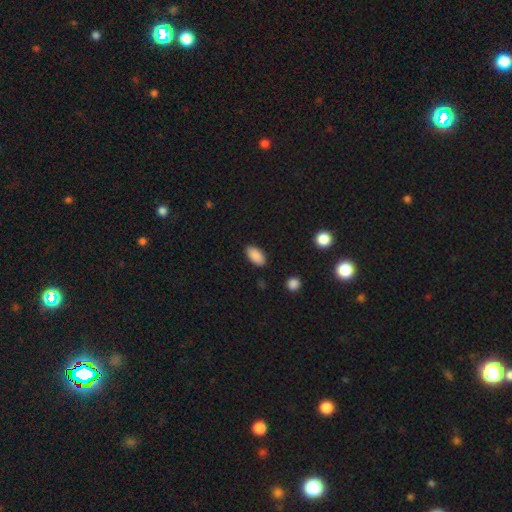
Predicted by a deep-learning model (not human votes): A smooth galaxy with no disk features (89%) that is in between round and cigar-shaped (93%). Merging: none (87%).